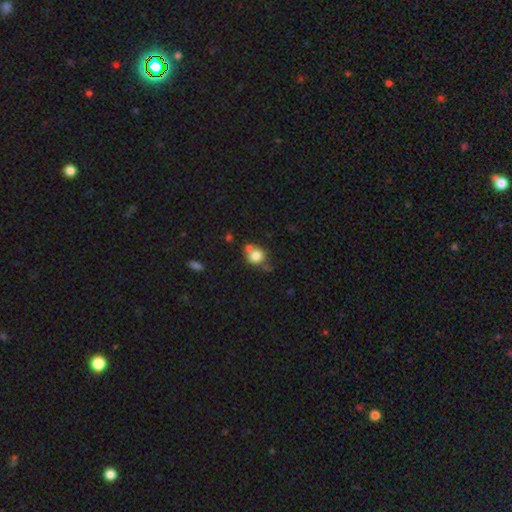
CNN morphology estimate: Smooth or featured: smooth — 79% (featured or disk — 11%)
How rounded: round — 80% (in between — 19%)
Merging: none — 51% (merger — 28%)